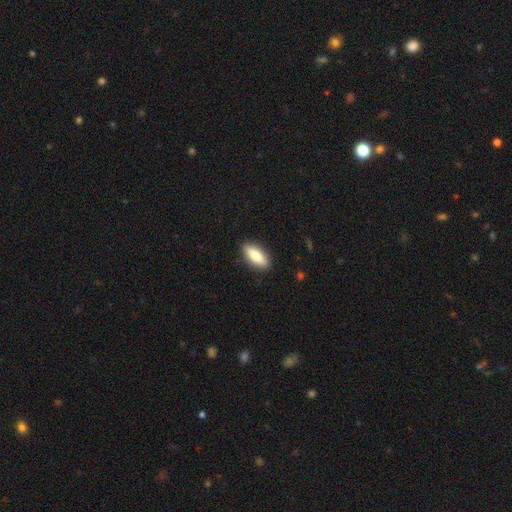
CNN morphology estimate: type=smooth (82%); roundness=in between (71%); merging=none (88%).